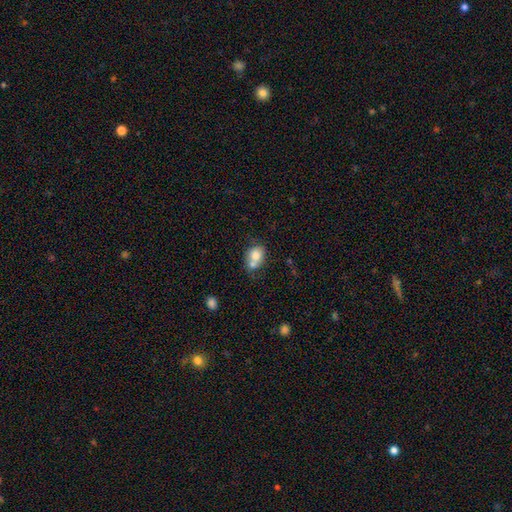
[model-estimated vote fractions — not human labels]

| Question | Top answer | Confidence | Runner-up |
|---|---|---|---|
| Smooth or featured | smooth | 75% | featured or disk (16%) |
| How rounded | round | 55% | in between (44%) |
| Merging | merger | 48% | none (36%) |